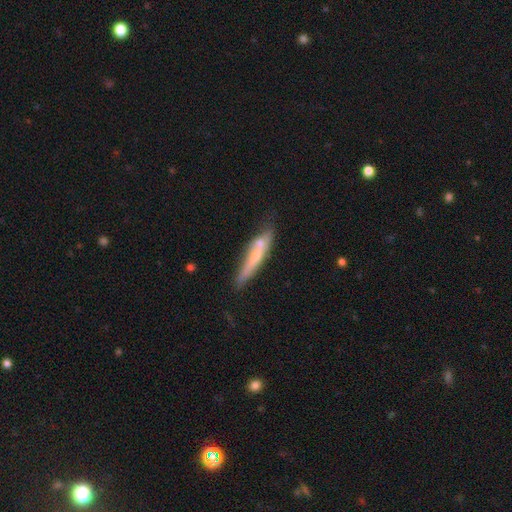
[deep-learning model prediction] Smooth or featured?
  - featured or disk: 49% *
  - smooth: 44%
  - star or artifact: 7%
Merging?
  - none: 58% *
  - minor disturbance: 20%
  - merger: 16%
  - major disturbance: 6%